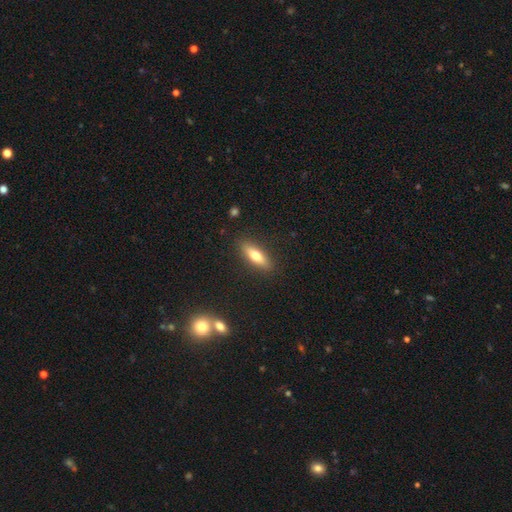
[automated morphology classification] type=smooth (65%); roundness=in between (49%, tied with cigar-shaped); merging=none (88%).